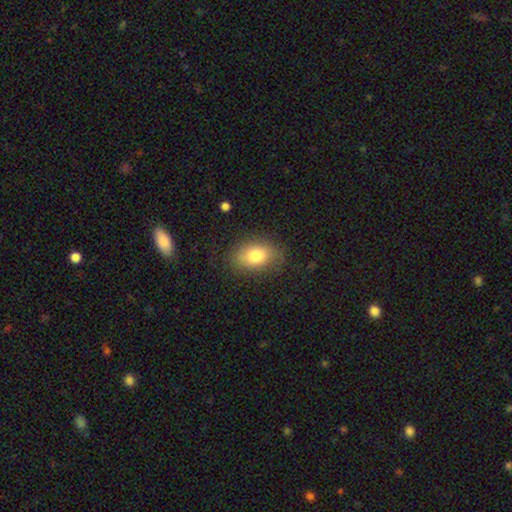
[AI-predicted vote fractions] Smooth or featured: smooth — 78% (featured or disk — 13%)
How rounded: in between — 79% (round — 20%)
Merging: none — 79% (minor disturbance — 15%)